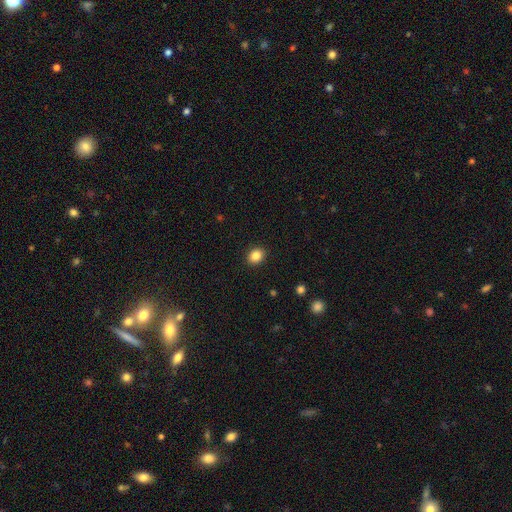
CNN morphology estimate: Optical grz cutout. It shows a smooth galaxy with no disk features (86%) that is round (62%). Merging: none (91%).